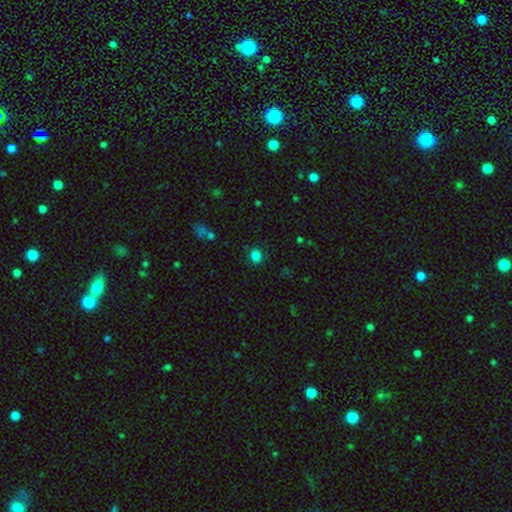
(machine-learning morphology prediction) Q: Smooth or featured?
A: smooth (83%); runner-up: star or artifact (13%)
Q: How rounded?
A: round (67%); runner-up: in between (32%)
Q: Merging?
A: none (86%); runner-up: minor disturbance (9%)